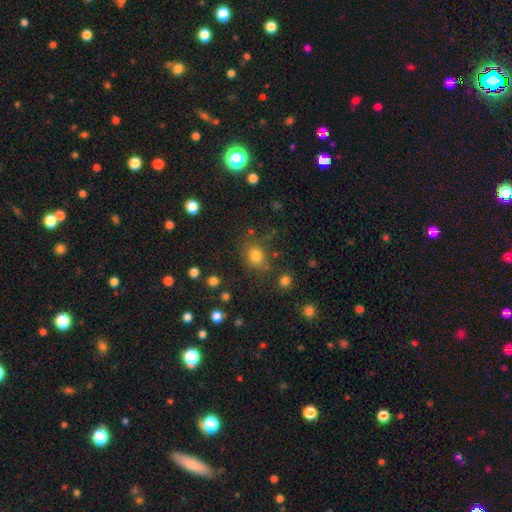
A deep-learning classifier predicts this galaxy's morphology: This is likely a smooth galaxy (80%). How rounded: likely round (61%). Merging: likely none (76%).